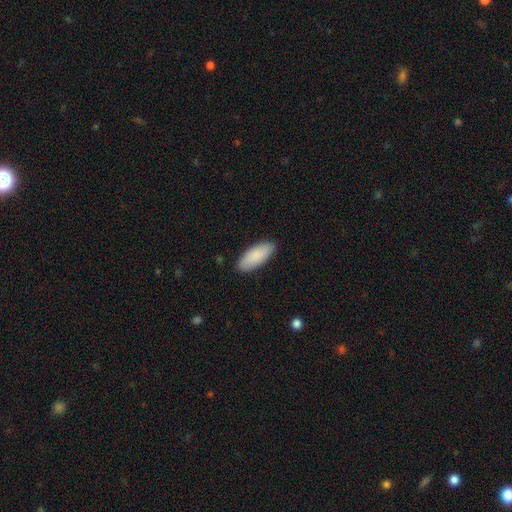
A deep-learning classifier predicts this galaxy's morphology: A smooth galaxy with no disk features (89%) that is in between round and cigar-shaped (82%). Merging: none (88%).